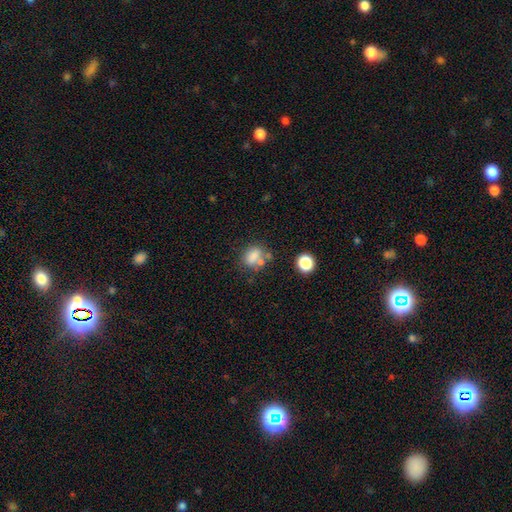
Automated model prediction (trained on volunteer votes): smooth-or-featured: smooth: 72% | featured or disk: 14% | star or artifact: 14%
  how-rounded: in between: 59% | round: 39% | cigar-shaped: 2%
  merging: none: 46% | merger: 28% | minor disturbance: 17% | major disturbance: 9%